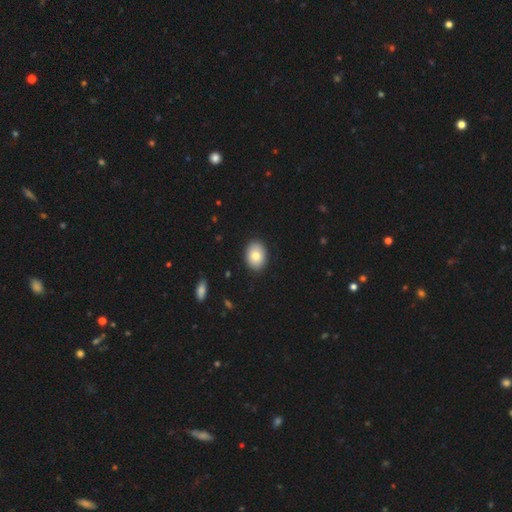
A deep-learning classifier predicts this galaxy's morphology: type=smooth (80%); roundness=in between (72%); merging=none (90%).